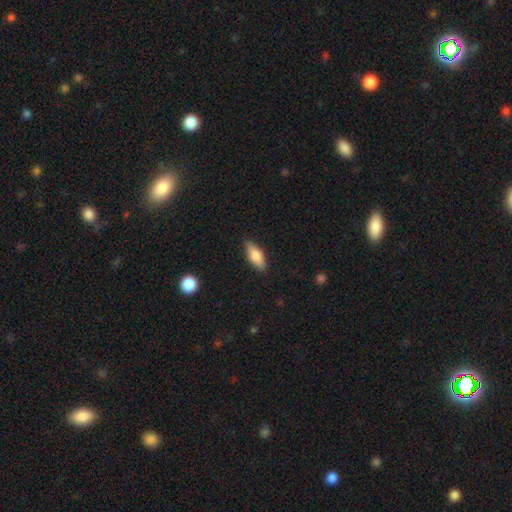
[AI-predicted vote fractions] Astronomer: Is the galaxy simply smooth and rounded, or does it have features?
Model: smooth — 78%.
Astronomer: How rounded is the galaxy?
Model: in between — 76%.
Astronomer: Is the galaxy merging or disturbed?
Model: none — 82%.